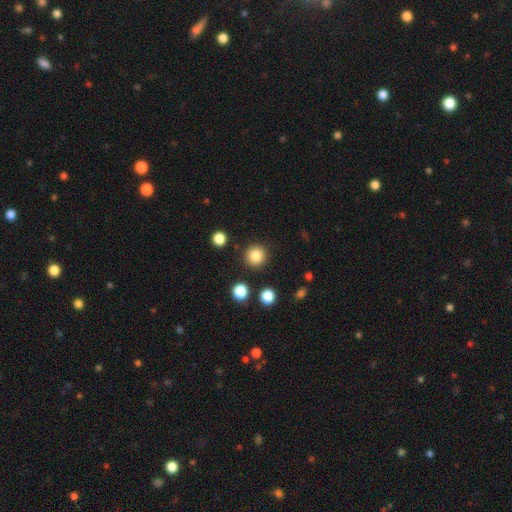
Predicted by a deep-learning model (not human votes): Smooth or featured? Predicted: smooth (p=0.84). How rounded? Predicted: round (p=0.95). Merging? Predicted: none (p=0.89).